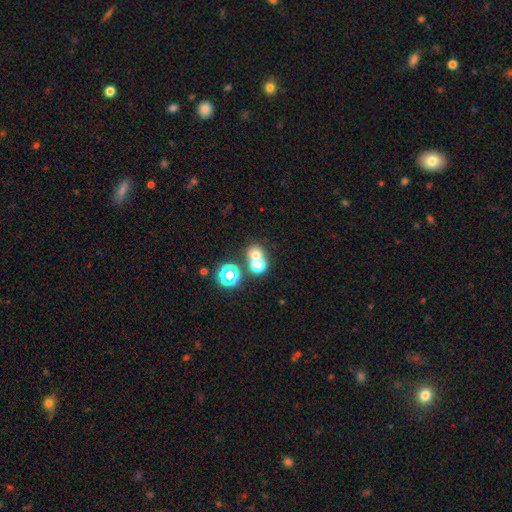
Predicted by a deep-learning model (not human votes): A smooth galaxy with no disk features (63%) that is round (78%). Merging: merger (46%).